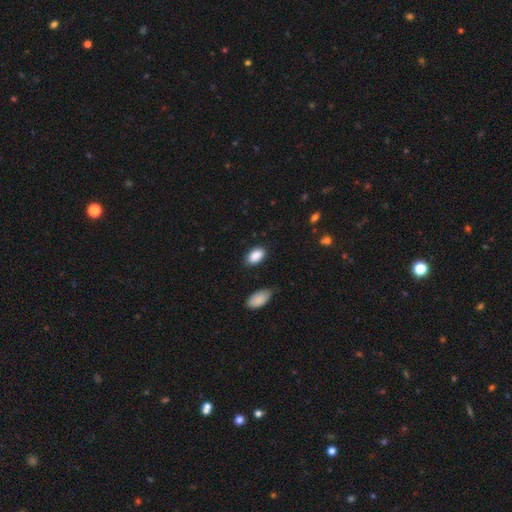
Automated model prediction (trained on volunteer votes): Smooth or featured: smooth — 89% (star or artifact — 7%)
How rounded: in between — 92% (round — 6%)
Merging: none — 78% (minor disturbance — 16%)